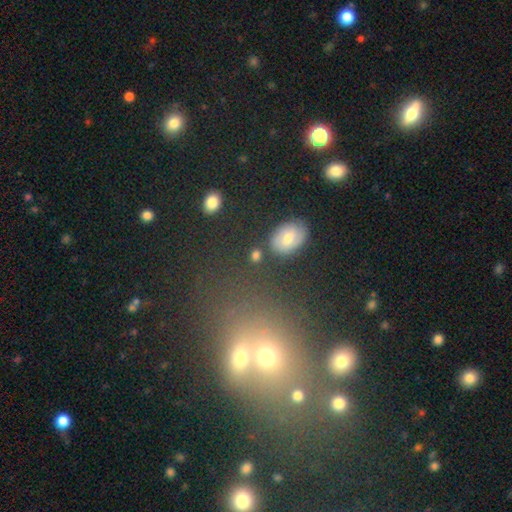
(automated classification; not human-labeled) This is likely a smooth galaxy (70%). How rounded: possibly round (50%). Merging: likely none (76%).